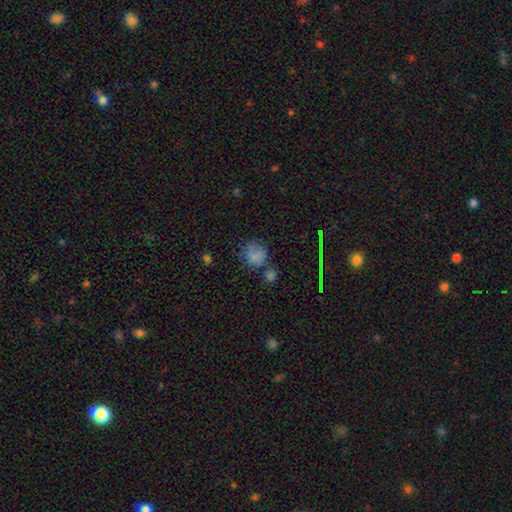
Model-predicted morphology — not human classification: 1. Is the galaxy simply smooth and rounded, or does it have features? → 75% smooth, 17% star or artifact, 8% featured or disk.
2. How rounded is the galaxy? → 79% round, 20% in between, 1% cigar-shaped.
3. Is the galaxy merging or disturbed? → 60% none, 21% minor disturbance, 11% merger, 9% major disturbance.